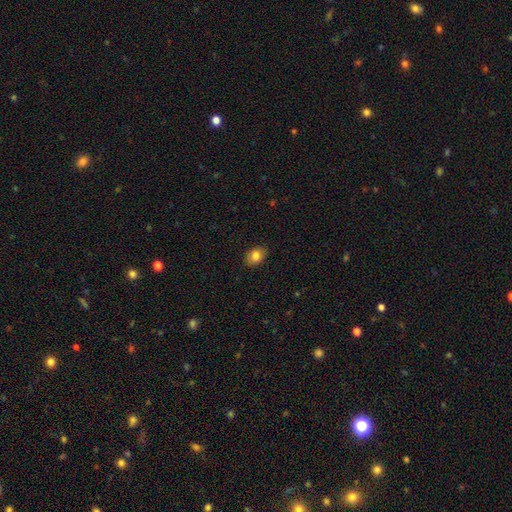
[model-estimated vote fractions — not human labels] A smooth galaxy with no disk features (83%) that is in between round and cigar-shaped (71%). Merging: none (87%).